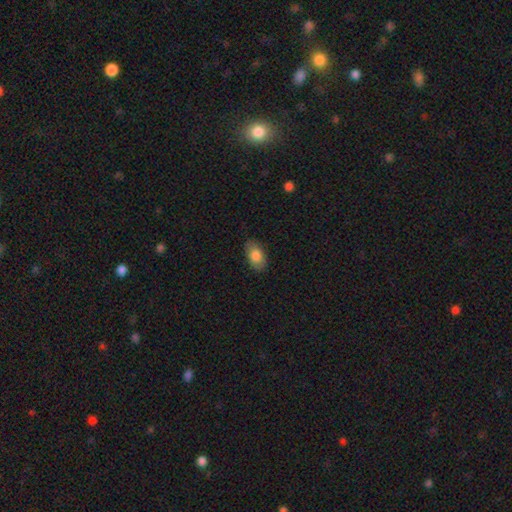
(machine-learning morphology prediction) This appears to be a smooth galaxy with no disk features (81%) that is in between round and cigar-shaped (92%). Merging: none (85%).